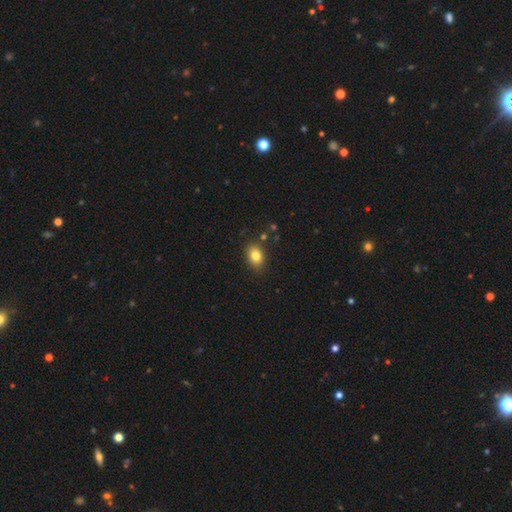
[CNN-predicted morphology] The model was most divided on "how rounded": in between: 77%, round: 22%, cigar-shaped: 1%. More confident: merging — none (84%); smooth or featured — smooth (83%).